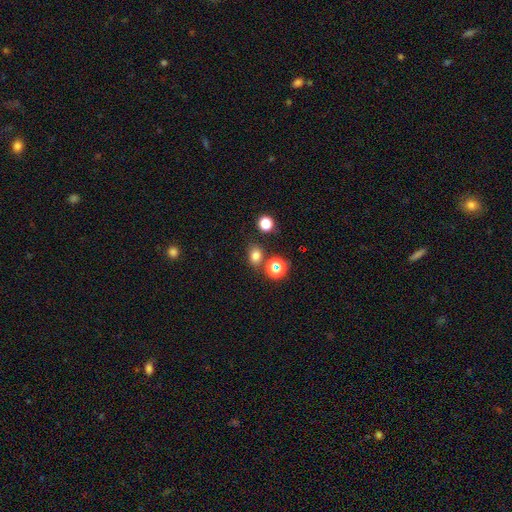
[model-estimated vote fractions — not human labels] This is likely a smooth galaxy (73%). How rounded: possibly in between (50%). Merging: likely none (76%).